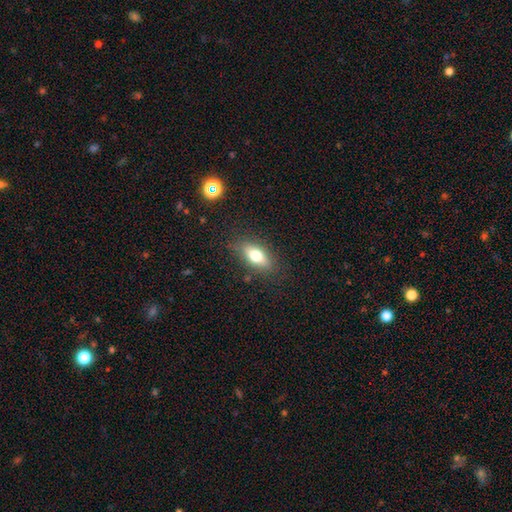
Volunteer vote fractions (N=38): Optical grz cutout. It shows a smooth galaxy with no disk features (68%) that is in between round and cigar-shaped (77%). Merging: none (66%).